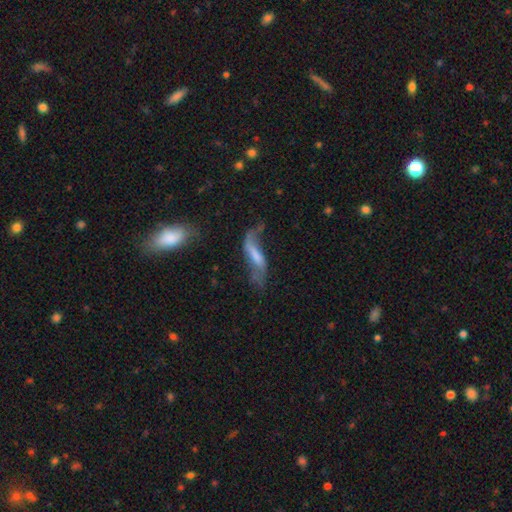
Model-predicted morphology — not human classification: A featured or disk galaxy (56%). Merging: none (37%).